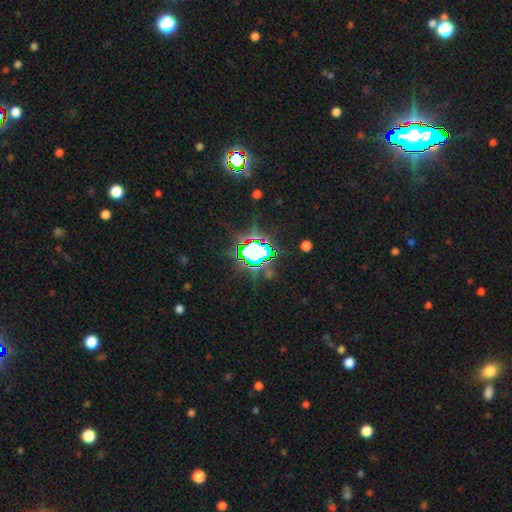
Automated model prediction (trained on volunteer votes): Smooth or featured? star or artifact (71%)